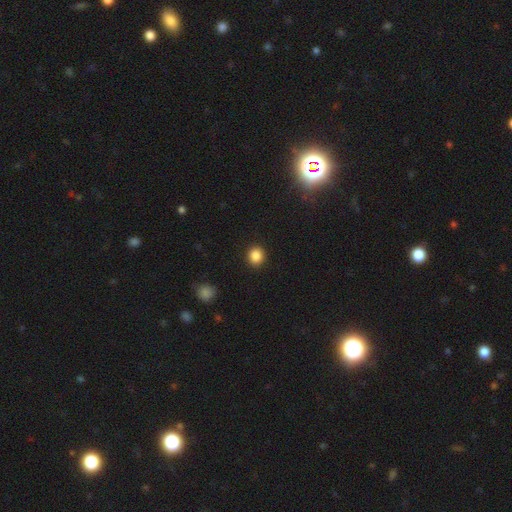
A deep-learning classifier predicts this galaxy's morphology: A smooth galaxy with no disk features (87%) that is round (80%). Merging: none (91%).